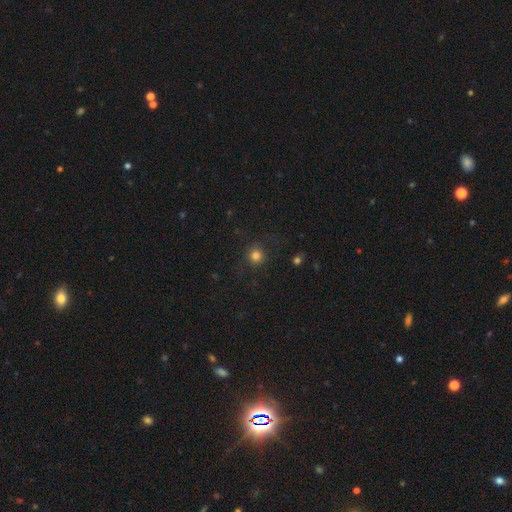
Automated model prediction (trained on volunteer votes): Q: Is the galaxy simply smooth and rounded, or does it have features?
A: smooth — 80%.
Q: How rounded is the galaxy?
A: round — 91%.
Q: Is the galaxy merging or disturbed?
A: none — 84%.